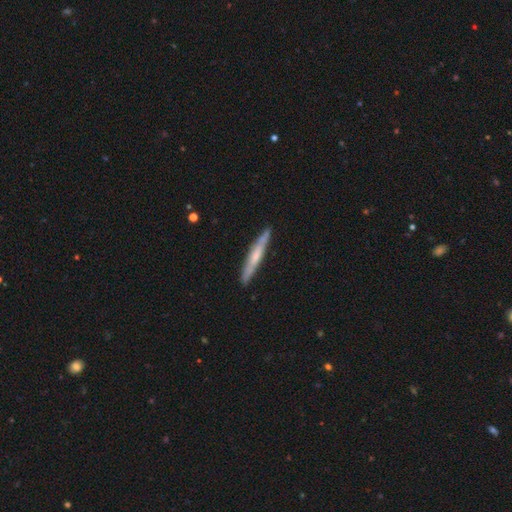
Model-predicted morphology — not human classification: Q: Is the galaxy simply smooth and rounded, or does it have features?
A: featured or disk — 52%.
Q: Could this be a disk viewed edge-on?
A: yes — 91%.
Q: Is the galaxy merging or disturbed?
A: none — 87%.